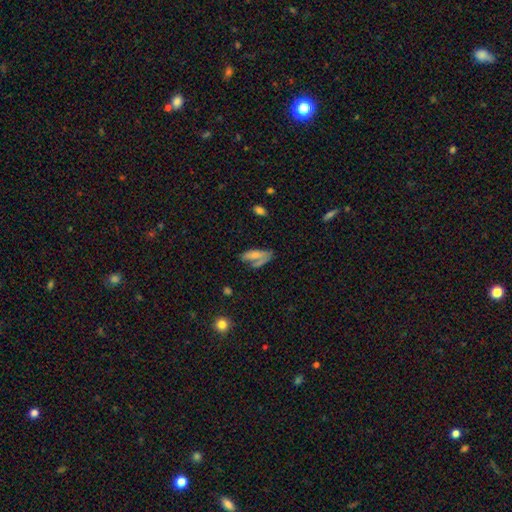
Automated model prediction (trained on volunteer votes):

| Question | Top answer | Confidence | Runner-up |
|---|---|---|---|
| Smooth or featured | smooth | 69% | featured or disk (21%) |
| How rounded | in between | 72% | cigar-shaped (25%) |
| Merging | none | 43% | merger (22%) |